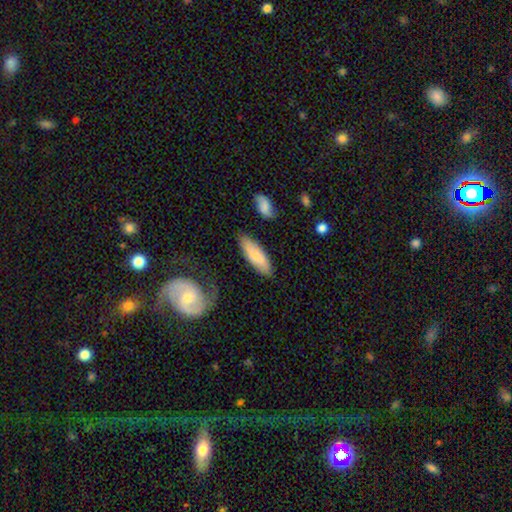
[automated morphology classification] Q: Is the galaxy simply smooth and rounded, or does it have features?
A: smooth — 77%.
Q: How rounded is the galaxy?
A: in between — 64%.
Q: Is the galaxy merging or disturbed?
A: none — 79%.